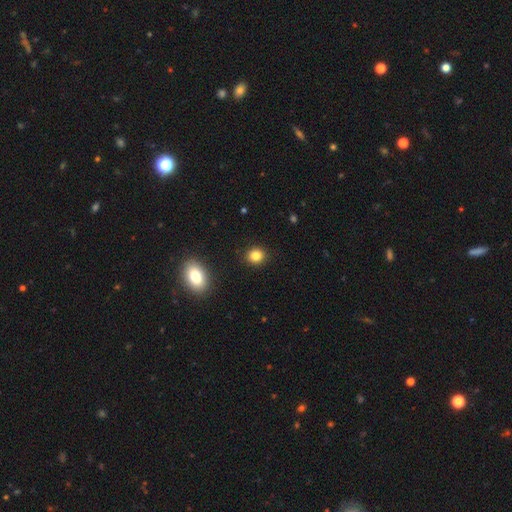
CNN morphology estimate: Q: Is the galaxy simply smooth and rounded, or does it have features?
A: smooth — 84%.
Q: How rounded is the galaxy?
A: round — 79%.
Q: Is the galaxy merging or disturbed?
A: none — 91%.